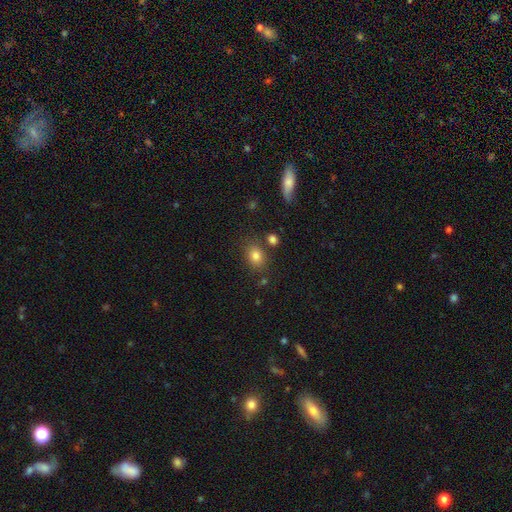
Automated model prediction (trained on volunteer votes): Morphology: type=smooth (82%); roundness=in between (62%); merging=none (75%).